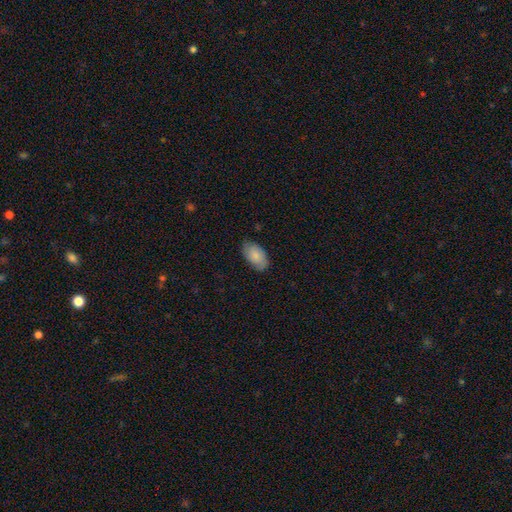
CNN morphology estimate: Overall: smooth (81%). How rounded: in between (94%). Merging: none (78%).